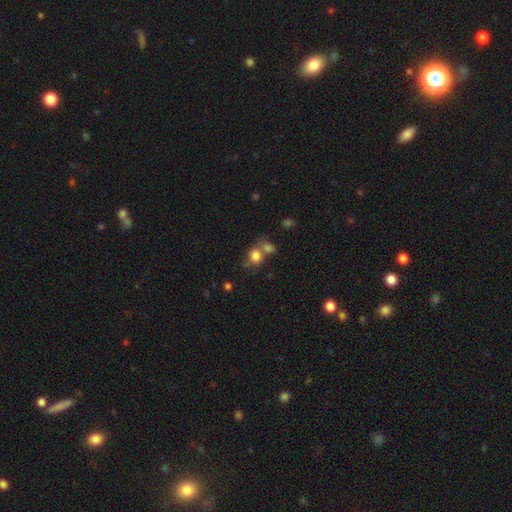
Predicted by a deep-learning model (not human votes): The model was most divided on "merging": merger: 42%, none: 40%, minor disturbance: 11%, major disturbance: 6%. More confident: smooth or featured — smooth (79%); how rounded — round (64%).